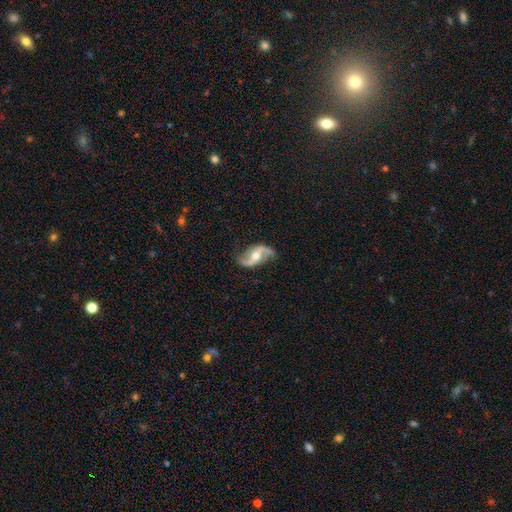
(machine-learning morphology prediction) Smooth or featured?
  - featured or disk: 87% *
  - smooth: 8%
  - star or artifact: 5%
Edge-on disk?
  - no: 96% *
  - yes: 4%
Bar?
  - weak: 40% *
  - no: 35%
  - strong: 26%
Spiral arms?
  - yes: 95% *
  - no: 5%
Spiral winding?
  - loose: 71% *
  - medium: 23%
  - tight: 6%
Spiral arm count?
  - 2: 93% *
  - can't tell: 2%
  - 1: 2%
  - 3: 1%
  - 4: 1%
  - more than 4: 1%
Bulge size?
  - moderate: 71% *
  - small: 18%
  - large: 9%
  - none: 2%
  - dominant: 1%
Merging?
  - none: 77% *
  - minor disturbance: 16%
  - major disturbance: 6%
  - merger: 2%